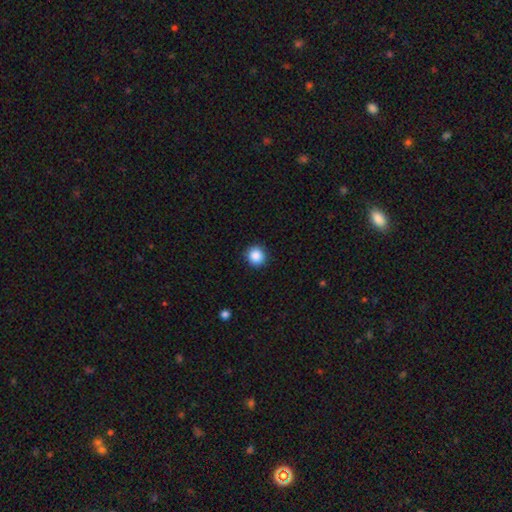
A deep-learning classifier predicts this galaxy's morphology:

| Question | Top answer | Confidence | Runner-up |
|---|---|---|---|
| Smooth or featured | smooth | 88% | star or artifact (9%) |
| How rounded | round | 93% | in between (6%) |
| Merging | none | 91% | minor disturbance (6%) |